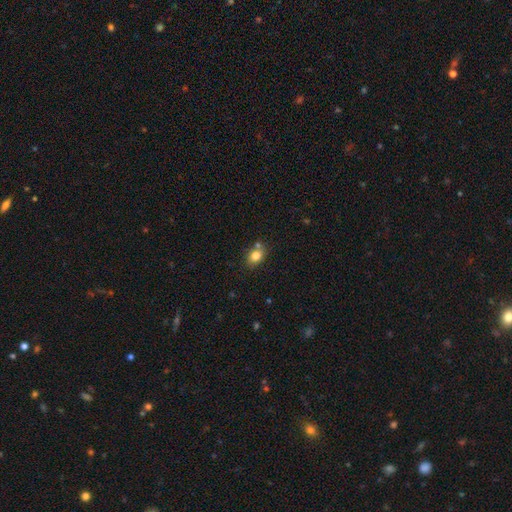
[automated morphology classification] Smooth or featured: smooth — 80% (star or artifact — 10%)
How rounded: in between — 66% (round — 32%)
Merging: none — 68% (minor disturbance — 15%)